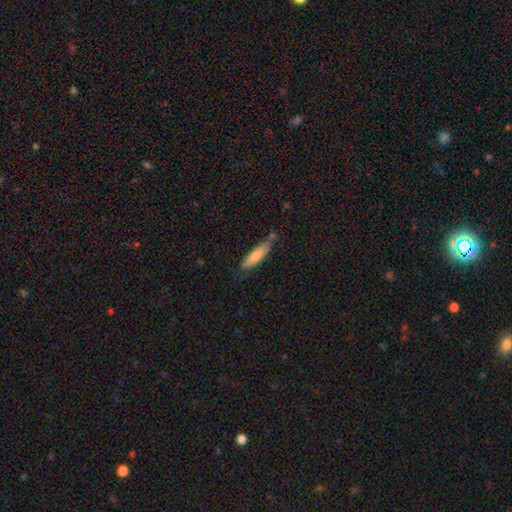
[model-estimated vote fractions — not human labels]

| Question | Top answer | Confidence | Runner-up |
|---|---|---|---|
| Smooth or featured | smooth | 80% | featured or disk (14%) |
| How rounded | cigar-shaped | 69% | in between (30%) |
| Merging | none | 66% | minor disturbance (23%) |